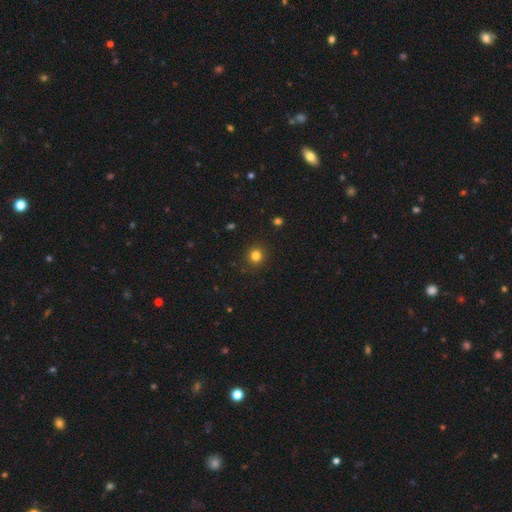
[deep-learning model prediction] A smooth galaxy with no disk features (81%) that is round (90%). Merging: none (90%).